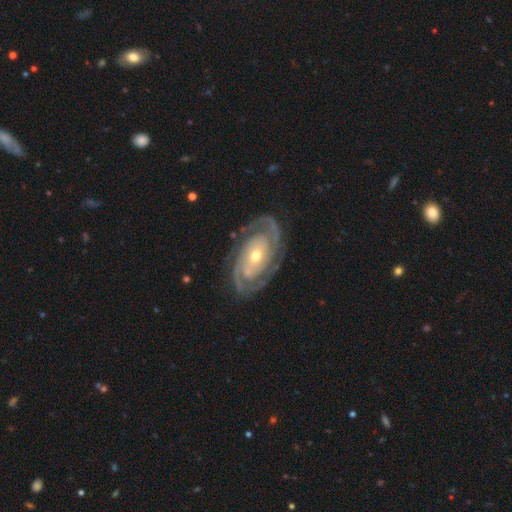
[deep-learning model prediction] This is clearly a featured or disk galaxy (92%). It is clearly not viewed edge-on (96%). Bar: likely no (67%). Spiral arm pattern: clearly yes (98%). Spiral arm count: likely 2 (75%). Spiral winding: likely tight (73%). Central bulge: possibly moderate (53%). Merging: clearly none (83%).